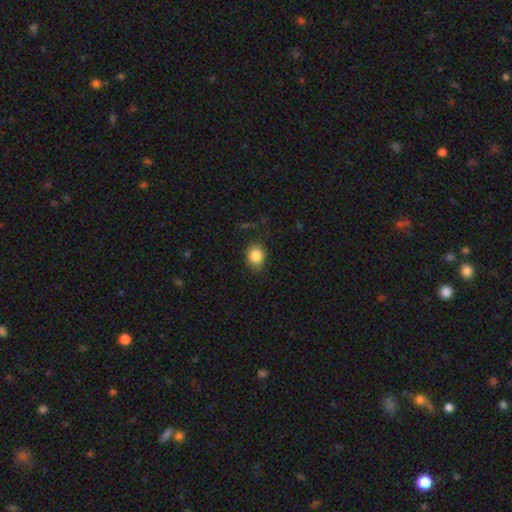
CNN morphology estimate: This is clearly a smooth galaxy (85%). How rounded: possibly round (58%). Merging: likely none (80%).